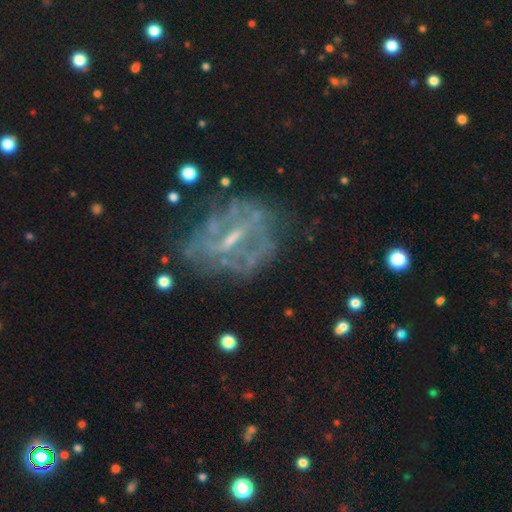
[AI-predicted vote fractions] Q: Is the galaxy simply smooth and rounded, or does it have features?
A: featured or disk — 75%.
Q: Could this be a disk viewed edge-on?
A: no — 95%.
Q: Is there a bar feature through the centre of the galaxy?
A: weak — 46%.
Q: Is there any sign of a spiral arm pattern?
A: yes — 51%.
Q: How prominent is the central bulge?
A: small — 50%.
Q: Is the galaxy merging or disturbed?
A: none — 57%.